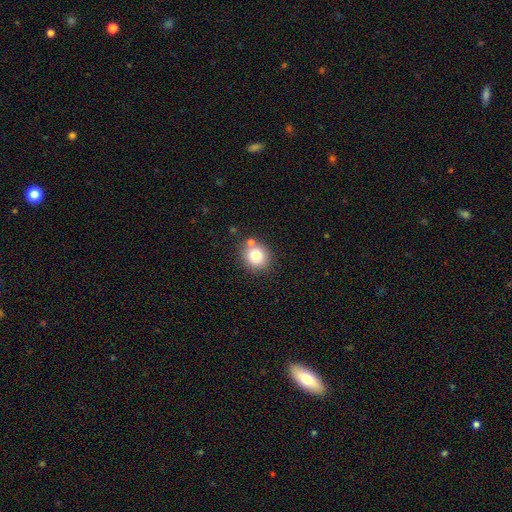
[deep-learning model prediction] Smooth or featured? smooth (78%)
How rounded? round (84%)
Merging? none (75%)